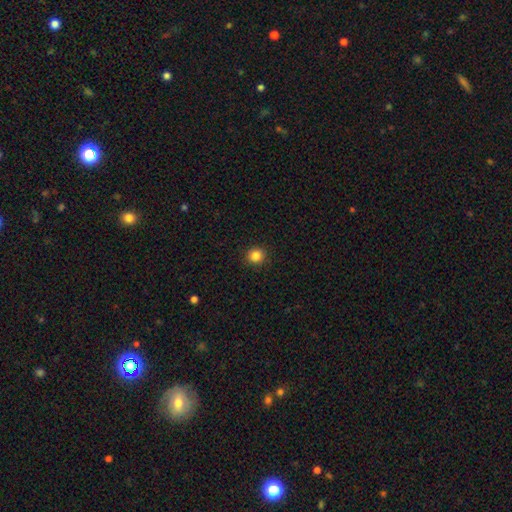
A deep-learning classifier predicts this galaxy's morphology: A smooth galaxy with no disk features (85%) that is round (92%).

Vote fractions:
- Smooth or featured? smooth: 85% / star or artifact: 11% / featured or disk: 4%
- How rounded? round: 92% / in between: 7% / cigar-shaped: 1%
- Merging? none: 92% / minor disturbance: 5% / major disturbance: 2% / merger: 1%